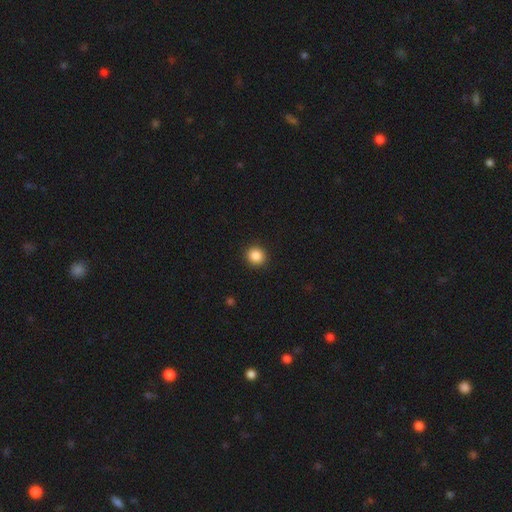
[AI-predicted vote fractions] Smooth or featured? smooth (87%)
How rounded? round (90%)
Merging? none (92%)